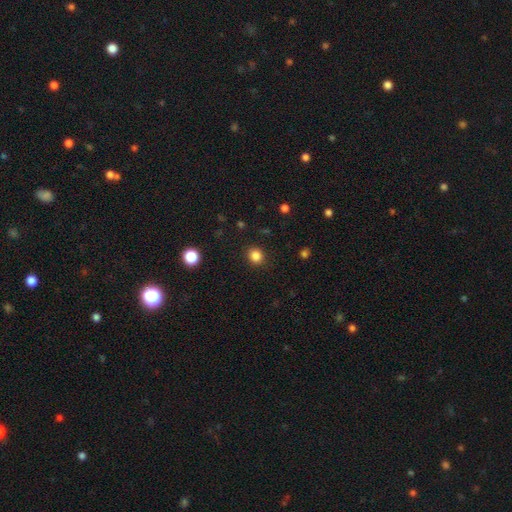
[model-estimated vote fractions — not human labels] The model was most divided on "how rounded": round: 79%, in between: 20%, cigar-shaped: 1%. More confident: merging — none (90%); smooth or featured — smooth (85%).